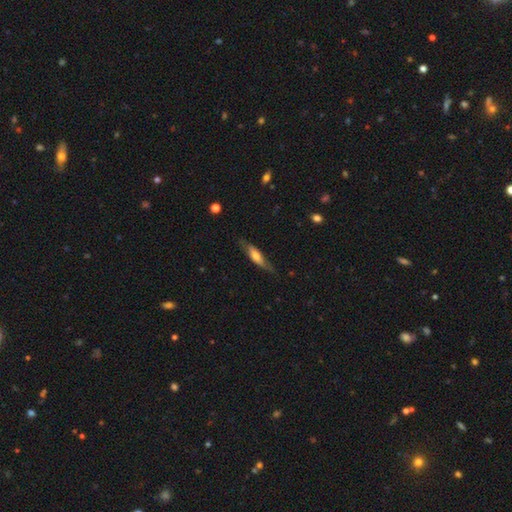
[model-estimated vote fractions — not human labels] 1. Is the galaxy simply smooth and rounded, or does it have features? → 48% smooth, 46% featured or disk, 6% star or artifact.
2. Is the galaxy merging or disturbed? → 69% none, 23% minor disturbance, 6% major disturbance, 2% merger.